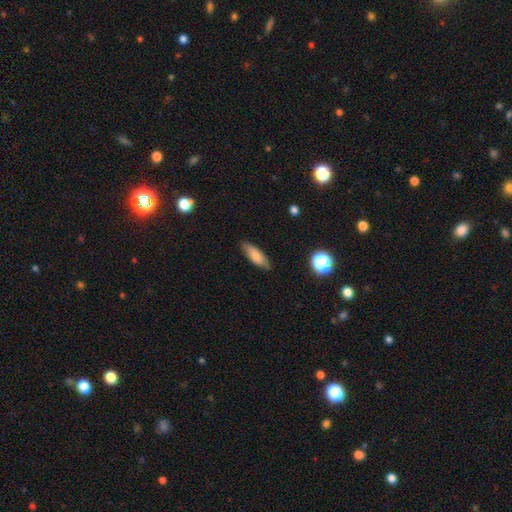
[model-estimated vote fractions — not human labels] Smooth or featured? smooth (79%)
How rounded? in between (61%)
Merging? none (82%)